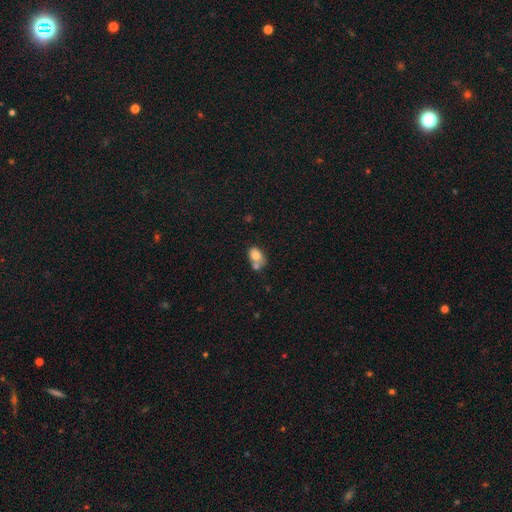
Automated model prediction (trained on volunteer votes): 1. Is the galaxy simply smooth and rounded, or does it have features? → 76% smooth, 16% featured or disk, 9% star or artifact.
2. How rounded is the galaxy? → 76% in between, 23% round, 1% cigar-shaped.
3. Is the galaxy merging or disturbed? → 45% merger, 34% none, 16% minor disturbance, 6% major disturbance.